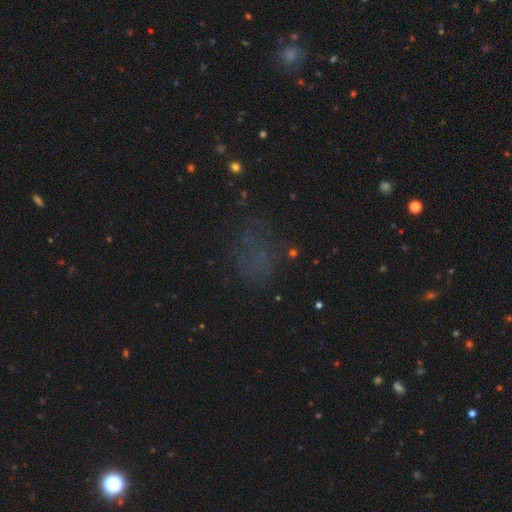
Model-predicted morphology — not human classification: type=star or artifact (45%).